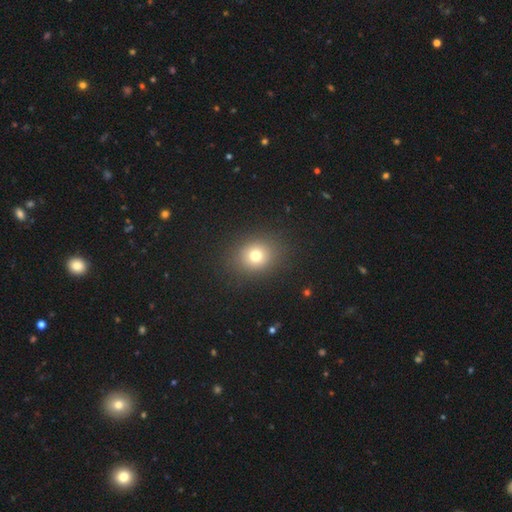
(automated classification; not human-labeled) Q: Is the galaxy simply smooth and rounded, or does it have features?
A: smooth — 75%.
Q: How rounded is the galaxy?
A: round — 68%.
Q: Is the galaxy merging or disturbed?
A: none — 88%.